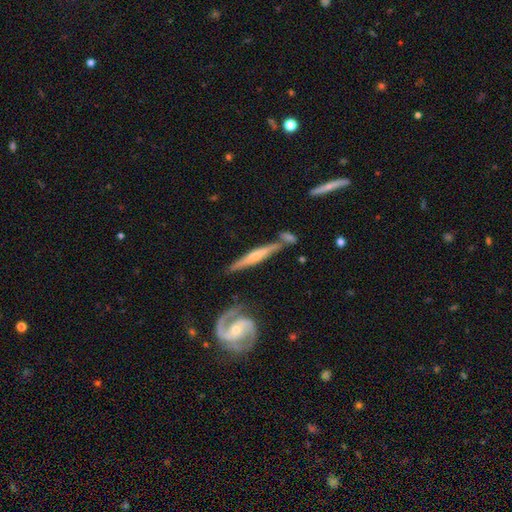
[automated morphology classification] featured or disk 72%, smooth 23%, star or artifact 5%. Down the decision tree: edge-on disk — yes (90%); edge-on bulge — rounded (67%); merging — none (68%).